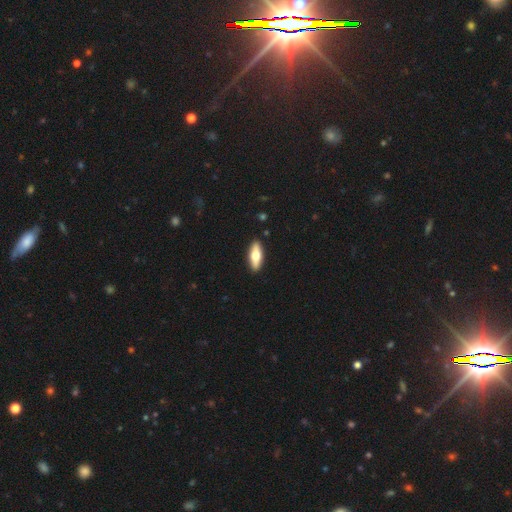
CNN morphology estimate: This is possibly a smooth galaxy (59%). How rounded: likely in between (61%). Merging: clearly none (90%).